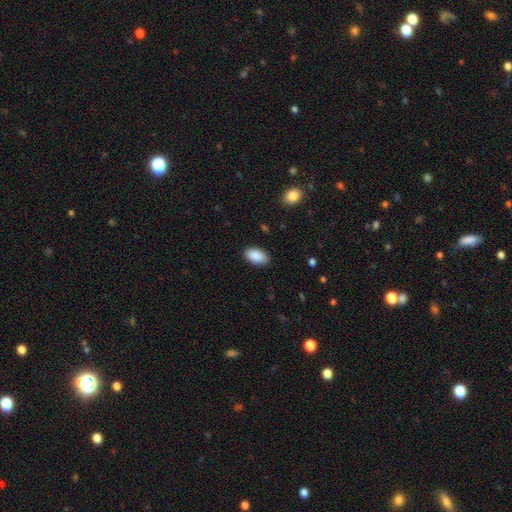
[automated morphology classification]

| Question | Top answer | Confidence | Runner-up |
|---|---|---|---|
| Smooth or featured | smooth | 90% | star or artifact (6%) |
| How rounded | in between | 95% | round (3%) |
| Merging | none | 88% | minor disturbance (9%) |